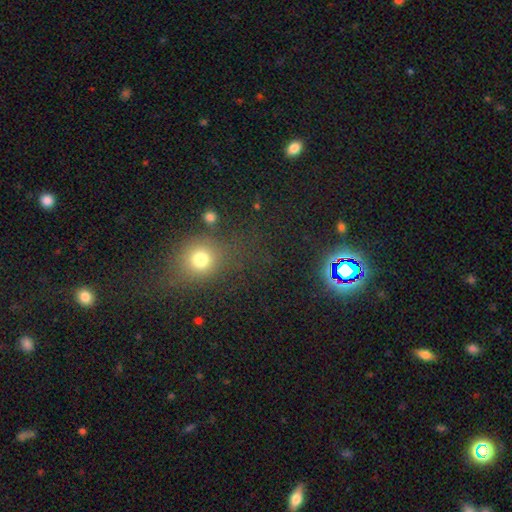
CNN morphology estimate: This is possibly a smooth galaxy (53%). How rounded: likely round (68%). Merging: likely none (75%).